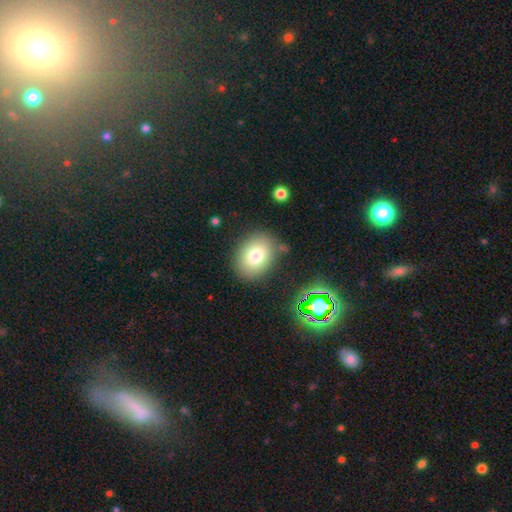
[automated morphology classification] This is likely a smooth galaxy (79%). How rounded: likely in between (62%). Merging: likely none (79%).